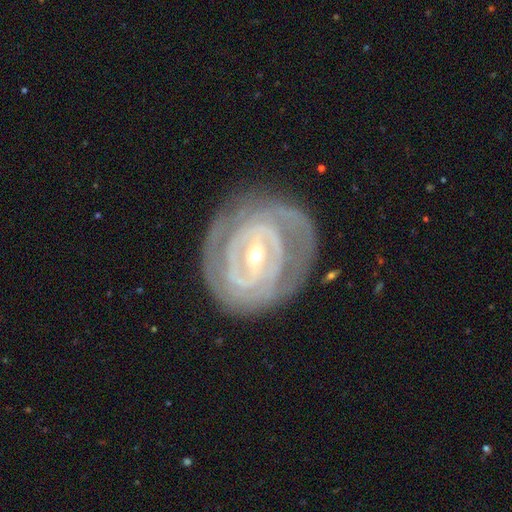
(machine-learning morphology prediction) Smooth or featured: featured or disk — 86% (smooth — 9%)
Edge-on disk: no — 96% (yes — 4%)
Bar: strong — 41% (weak — 37%)
Spiral arms: yes — 87% (no — 13%)
Spiral winding: tight — 73% (medium — 21%)
Spiral arm count: 2 — 34% (tied with can't tell — 34%)
Bulge size: small — 72% (moderate — 25%)
Merging: none — 74% (minor disturbance — 16%)